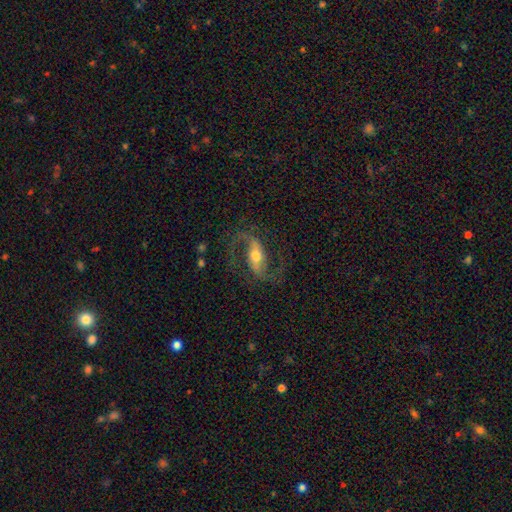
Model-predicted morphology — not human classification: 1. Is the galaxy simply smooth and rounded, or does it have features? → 88% featured or disk, 7% smooth, 5% star or artifact.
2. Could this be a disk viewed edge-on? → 96% no, 4% yes.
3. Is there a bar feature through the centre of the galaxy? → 47% strong, 35% weak, 18% no.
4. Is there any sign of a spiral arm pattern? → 96% yes, 4% no.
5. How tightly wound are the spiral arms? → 49% medium, 41% loose, 9% tight.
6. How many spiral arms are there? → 93% 2, 2% 1, 2% can't tell, 1% 3, 1% 4, 1% more than 4.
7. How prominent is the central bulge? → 65% moderate, 24% small, 8% large, 1% none, 1% dominant.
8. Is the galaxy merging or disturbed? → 76% none, 12% minor disturbance, 10% major disturbance, 1% merger.